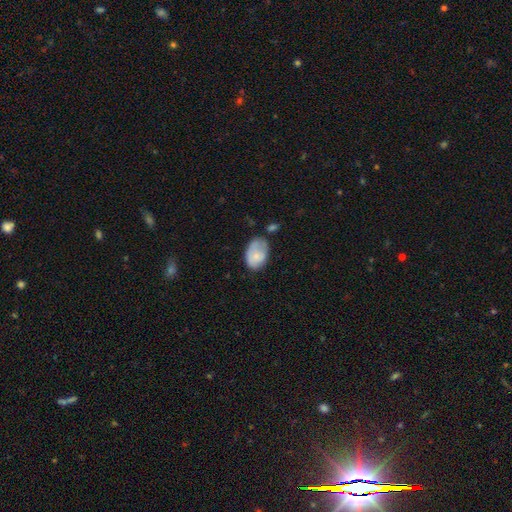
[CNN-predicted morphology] This is likely a smooth galaxy (72%). How rounded: clearly in between (86%). Merging: marginally none (42%).